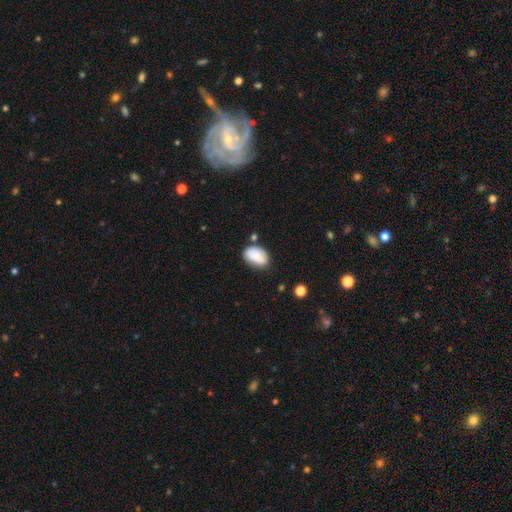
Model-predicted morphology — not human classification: Overall: smooth (78%). How rounded: in between (86%). Merging: none (65%).